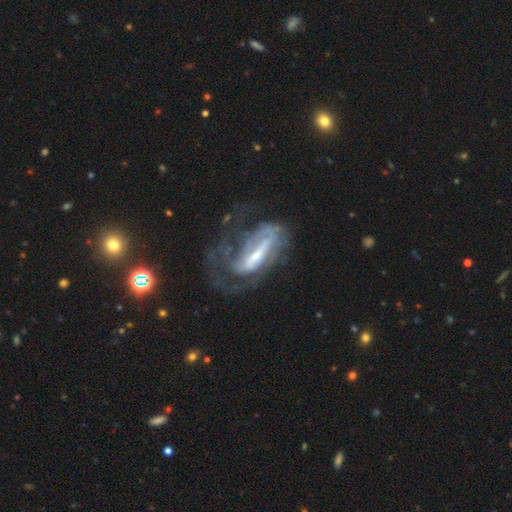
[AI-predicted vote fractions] smooth-or-featured: featured or disk: 81% | smooth: 12% | star or artifact: 7%
  disk-edge-on: no: 87% | yes: 13%
    bar: strong: 55% | weak: 28% | no: 17%
    has-spiral-arms: yes: 83% | no: 17%
      spiral-winding: tight: 42% | medium: 38% | loose: 20%
      spiral-arm-count: 2: 37% | can't tell: 32% | 1: 18% | 3: 8% | 4: 3% | more than 4: 3%
    bulge-size: small: 59% | moderate: 31% | large: 5% | none: 4% | dominant: 1%
  merging: major disturbance: 41% | none: 38% | minor disturbance: 18% | merger: 3%